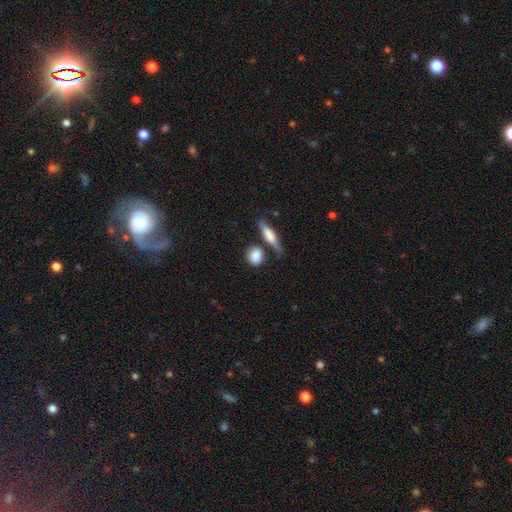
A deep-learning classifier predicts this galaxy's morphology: Smooth or featured?
  - smooth: 84% *
  - featured or disk: 9%
  - star or artifact: 7%
How rounded?
  - round: 50% *
  - in between: 41%
  - cigar-shaped: 9%
Merging?
  - none: 64% *
  - merger: 16%
  - minor disturbance: 15%
  - major disturbance: 5%